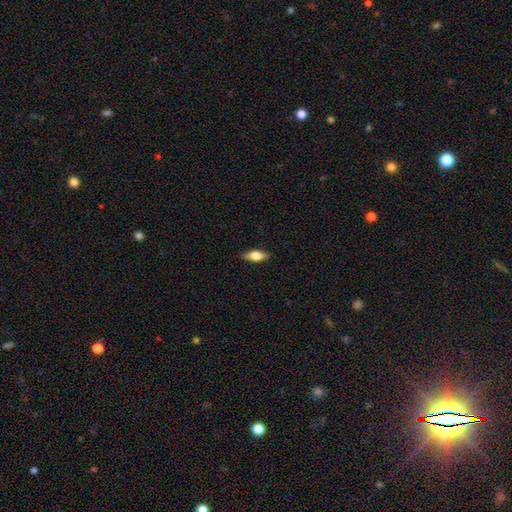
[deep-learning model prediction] Smooth or featured?
  - smooth: 61% *
  - featured or disk: 32%
  - star or artifact: 7%
How rounded?
  - in between: 71% *
  - cigar-shaped: 25%
  - round: 4%
Merging?
  - none: 87% *
  - minor disturbance: 10%
  - major disturbance: 2%
  - merger: 1%